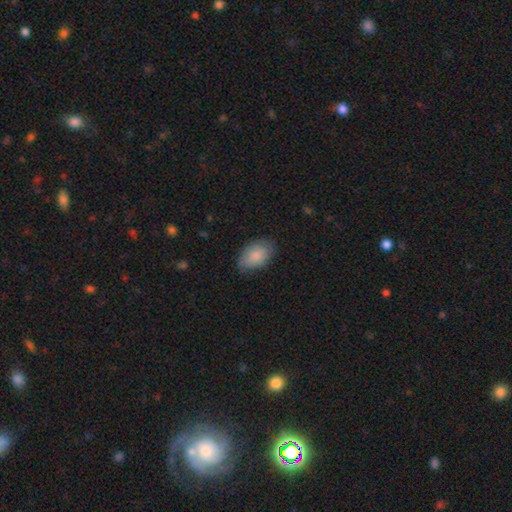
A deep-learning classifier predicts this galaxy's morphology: Smooth or featured: smooth — 86% (featured or disk — 8%)
How rounded: in between — 93% (round — 6%)
Merging: none — 78% (minor disturbance — 18%)